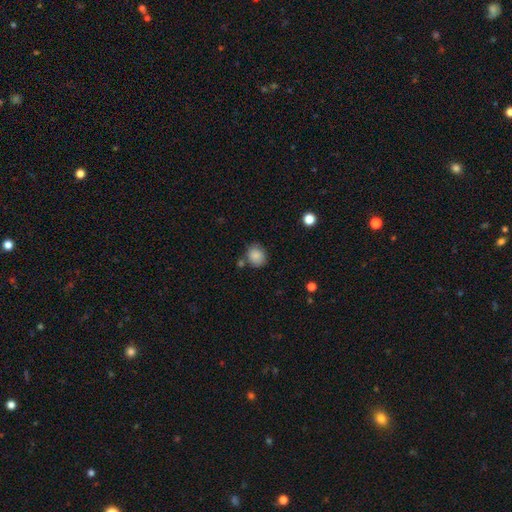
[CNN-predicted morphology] This appears to be a smooth galaxy with no disk features (86%) that is round (75%). Merging: none (73%).